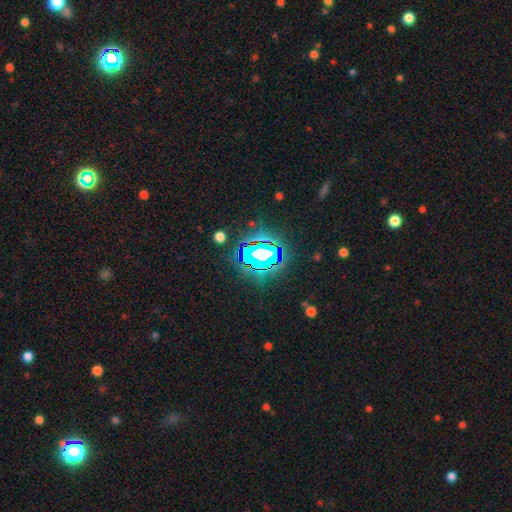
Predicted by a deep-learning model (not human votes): smooth-or-featured: star or artifact: 70% | smooth: 16% | featured or disk: 14%